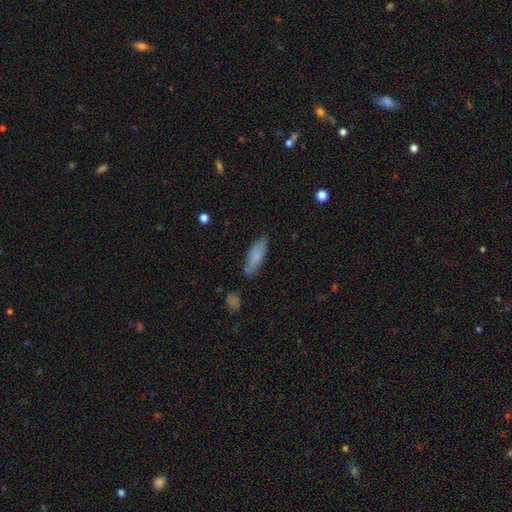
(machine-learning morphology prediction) Q: Smooth or featured?
A: smooth (78%); runner-up: featured or disk (15%)
Q: How rounded?
A: in between (52%); runner-up: cigar-shaped (46%)
Q: Merging?
A: none (80%); runner-up: minor disturbance (15%)